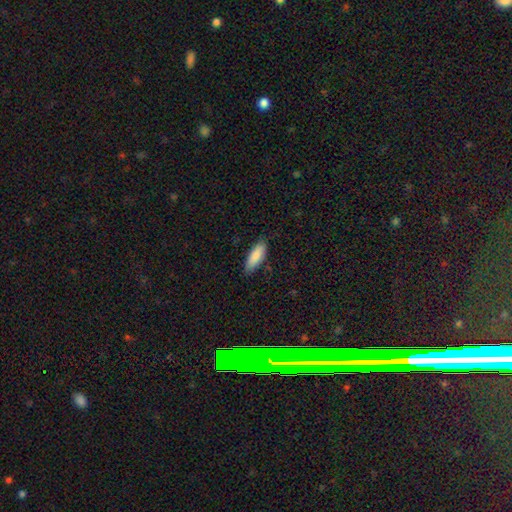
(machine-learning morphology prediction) type=smooth (87%); roundness=in between (67%); merging=none (83%).